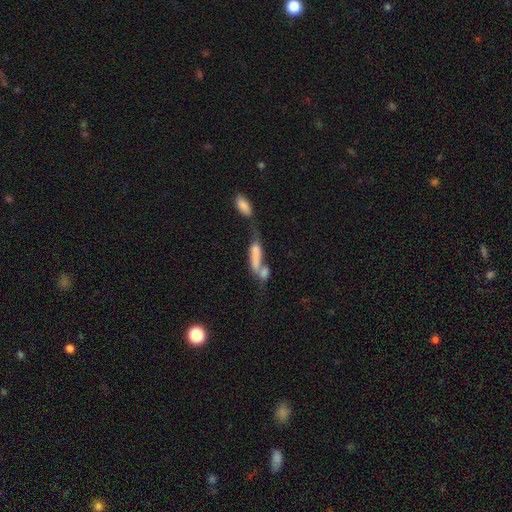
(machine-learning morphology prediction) smooth 64%, featured or disk 26%, star or artifact 10%. Down the decision tree: how rounded — cigar-shaped (56%); merging — merger (63%).